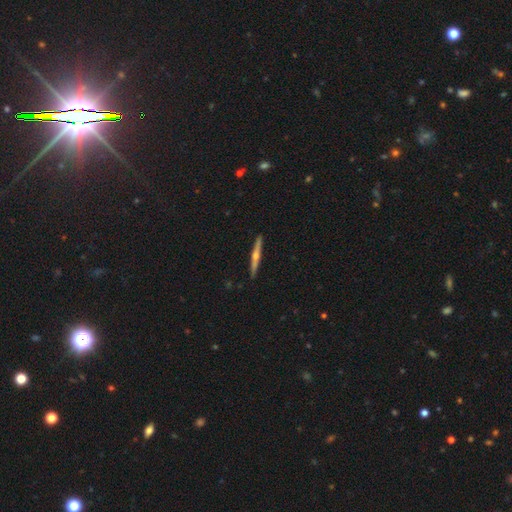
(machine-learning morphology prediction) smooth_or_featured: featured or disk (p=0.69) [alt: smooth p=0.25]
disk_edge_on: yes (p=0.98) [alt: no p=0.02]
edge_on_bulge: rounded (p=0.89) [alt: none p=0.08]
merging: none (p=0.92) [alt: minor disturbance p=0.06]